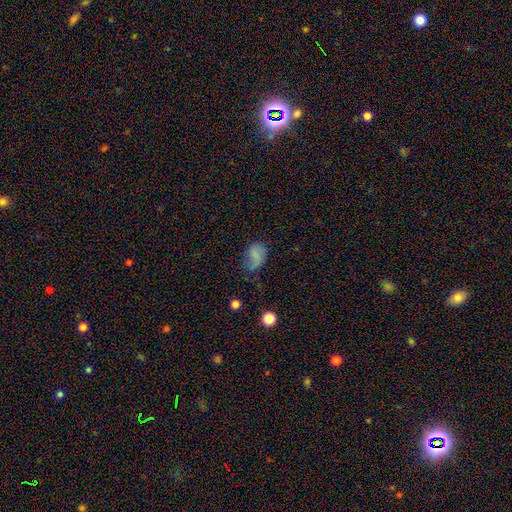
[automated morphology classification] Smooth or featured? Predicted: smooth (p=0.74). How rounded? Predicted: in between (p=0.80). Merging? Predicted: none (p=0.46).